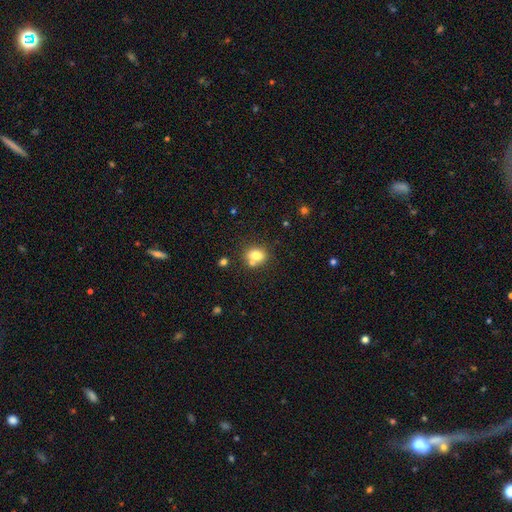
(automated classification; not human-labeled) smooth-or-featured: smooth: 77% | featured or disk: 11% | star or artifact: 11%
  how-rounded: round: 56% | in between: 43% | cigar-shaped: 1%
  merging: none: 60% | merger: 24% | minor disturbance: 12% | major disturbance: 4%